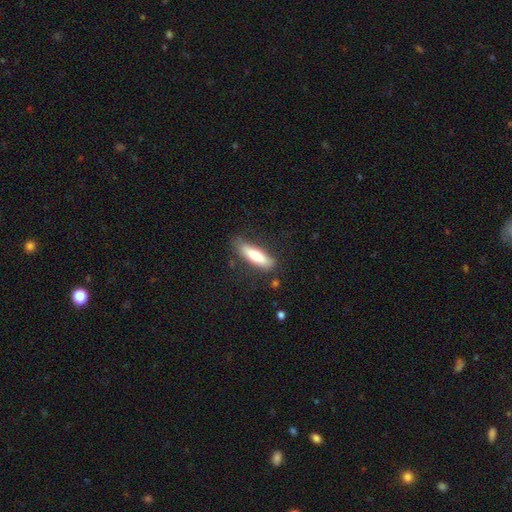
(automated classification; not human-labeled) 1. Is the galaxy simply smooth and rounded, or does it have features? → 75% smooth, 19% featured or disk, 6% star or artifact.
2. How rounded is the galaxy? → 63% cigar-shaped, 36% in between, 1% round.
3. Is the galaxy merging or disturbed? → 78% none, 16% minor disturbance, 4% major disturbance, 2% merger.